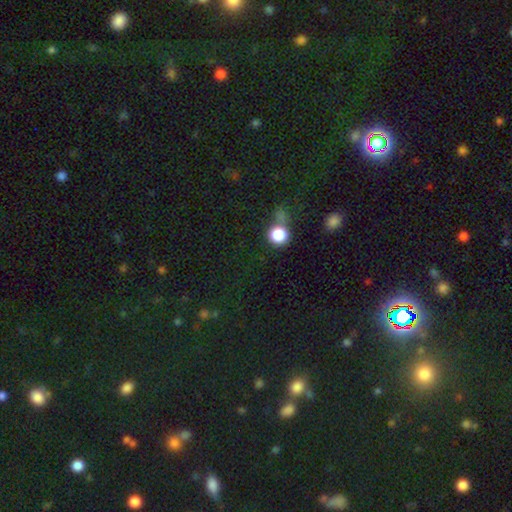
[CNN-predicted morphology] type=star or artifact (65%).